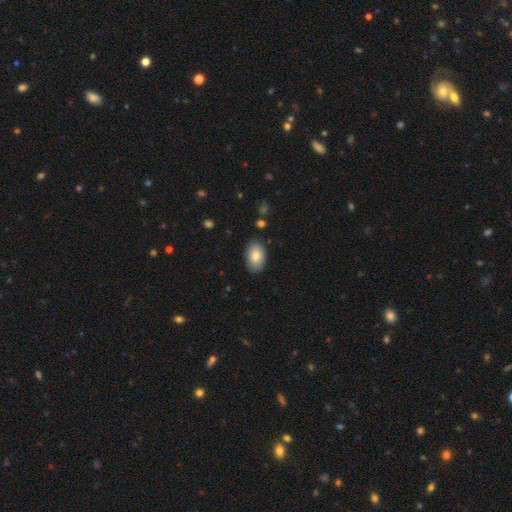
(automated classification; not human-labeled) Smooth or featured: smooth — 80% (featured or disk — 13%)
How rounded: in between — 91% (round — 8%)
Merging: none — 86% (minor disturbance — 10%)